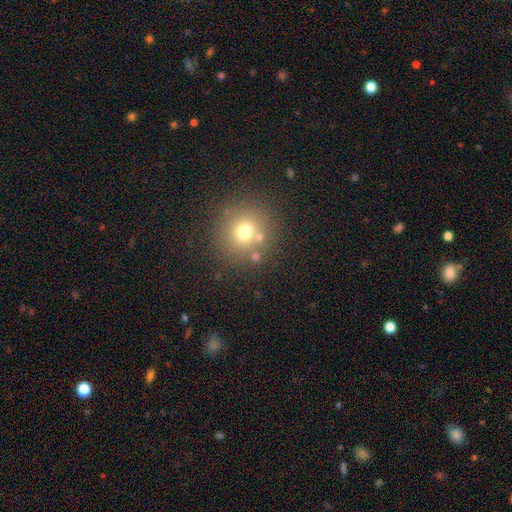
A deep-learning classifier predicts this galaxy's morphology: A smooth galaxy with no disk features (67%) that is round (92%). Merging: none (76%).